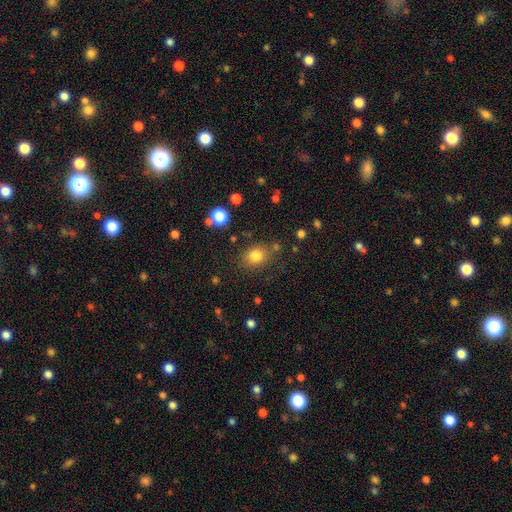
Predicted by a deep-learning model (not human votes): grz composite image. It shows a smooth galaxy with no disk features (81%) that is round (55%). Merging: none (77%).